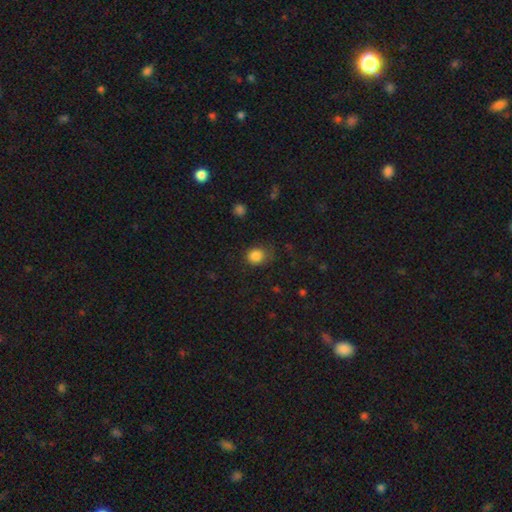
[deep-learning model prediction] Smooth or featured? Predicted: smooth (p=0.85). How rounded? Predicted: round (p=0.67). Merging? Predicted: none (p=0.65).